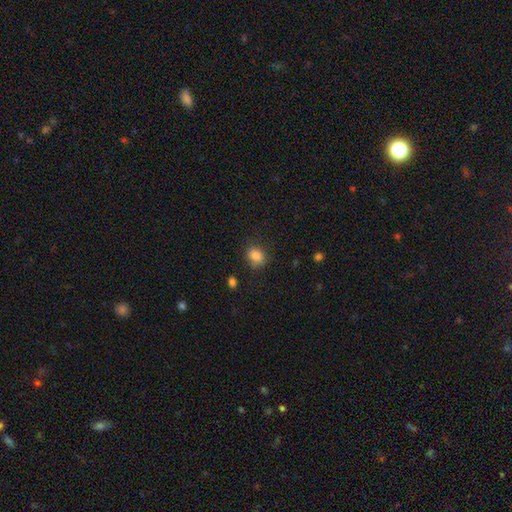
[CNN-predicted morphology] A smooth galaxy with no disk features (84%) that is in between round and cigar-shaped (51%). Merging: none (76%).